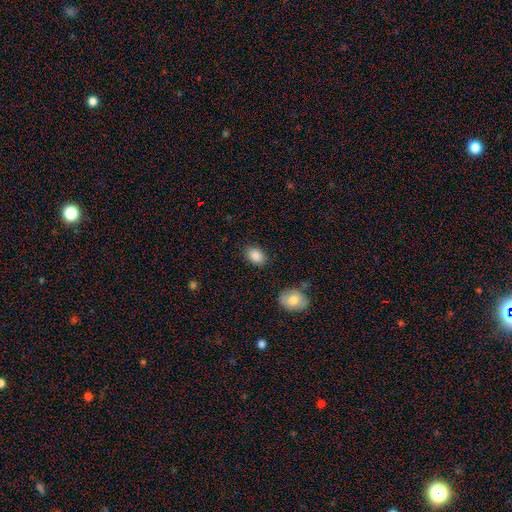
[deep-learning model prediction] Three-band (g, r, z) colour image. It shows a smooth galaxy with no disk features (88%) that is in between round and cigar-shaped (81%). Merging: none (85%).